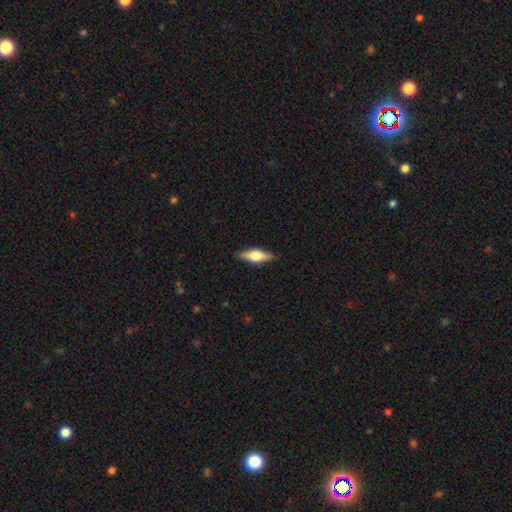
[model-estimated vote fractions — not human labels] smooth_or_featured: smooth (p=0.49) [alt: featured or disk p=0.45]
merging: none (p=0.86) [alt: minor disturbance p=0.10]